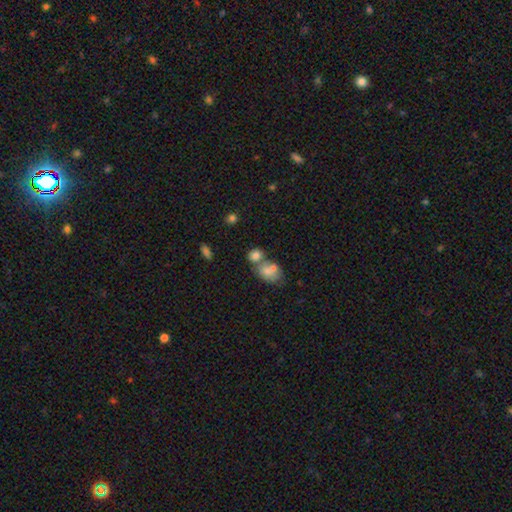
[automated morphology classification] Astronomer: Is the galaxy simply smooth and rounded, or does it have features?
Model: smooth — 76%.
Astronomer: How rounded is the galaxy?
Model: round — 52% (runner-up: in between, 46%).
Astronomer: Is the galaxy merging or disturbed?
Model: merger — 47% (runner-up: none, 37%).